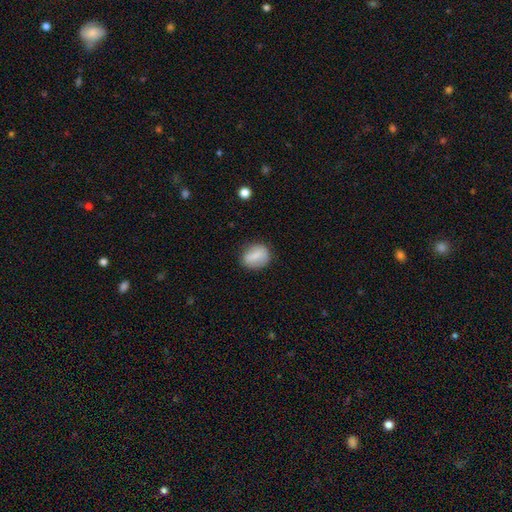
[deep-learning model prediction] Smooth or featured? smooth (78%)
How rounded? in between (54%)
Merging? none (77%)